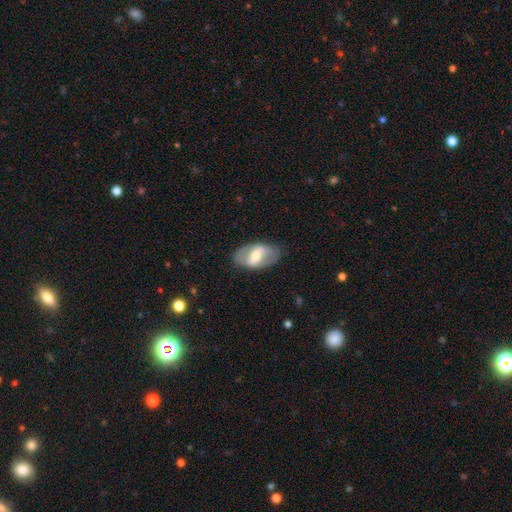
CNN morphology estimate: Smooth or featured: featured or disk — 56% (smooth — 38%)
Edge-on disk: no — 89% (yes — 11%)
Bar: strong — 54% (weak — 33%)
Spiral arms: no — 64% (yes — 36%)
Bulge size: moderate — 59% (small — 29%)
Merging: none — 78% (minor disturbance — 15%)